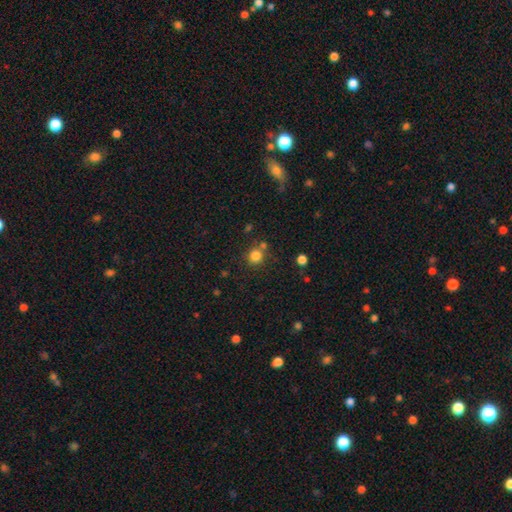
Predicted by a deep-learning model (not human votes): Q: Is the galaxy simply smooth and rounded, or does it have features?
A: smooth — 81%.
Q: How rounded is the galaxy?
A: round — 90%.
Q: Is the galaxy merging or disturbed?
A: none — 71%.